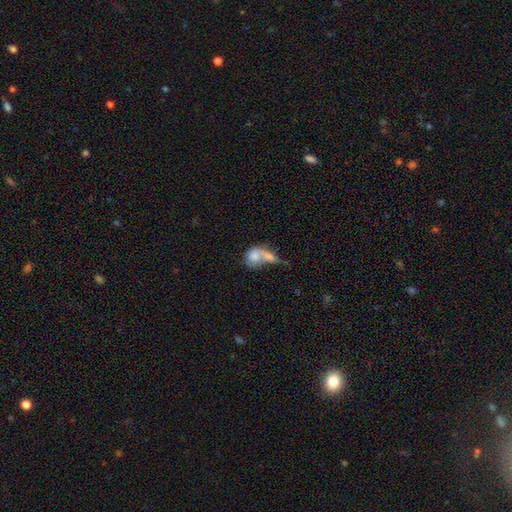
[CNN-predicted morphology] smooth 65%, featured or disk 26%, star or artifact 8%. Down the decision tree: how rounded — in between (52%); merging — merger (63%).